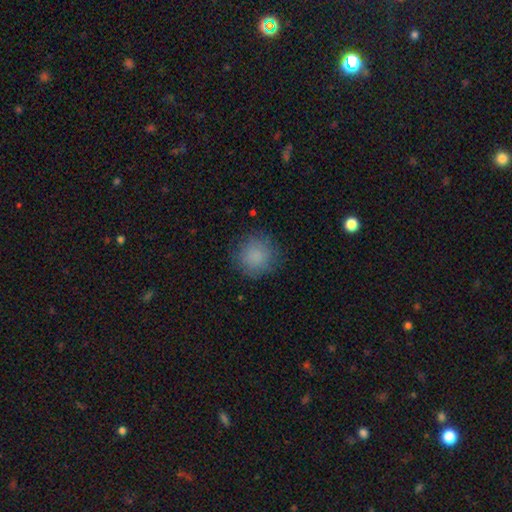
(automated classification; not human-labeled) smooth_or_featured: smooth (p=0.85) [alt: star or artifact p=0.09]
how_rounded: round (p=0.93) [alt: in between p=0.06]
merging: none (p=0.84) [alt: minor disturbance p=0.11]